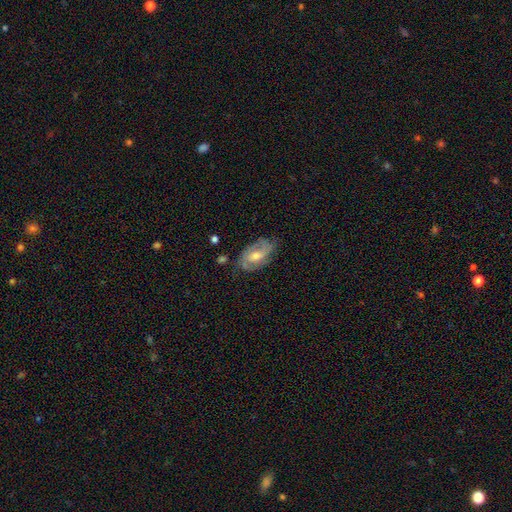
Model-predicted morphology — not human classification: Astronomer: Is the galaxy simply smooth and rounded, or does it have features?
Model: featured or disk — 69%.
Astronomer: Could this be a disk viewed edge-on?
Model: no — 93%.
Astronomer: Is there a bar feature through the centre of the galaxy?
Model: no — 46% (runner-up: weak, 42%).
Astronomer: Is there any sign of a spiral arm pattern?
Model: yes — 84%.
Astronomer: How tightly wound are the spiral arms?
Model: medium — 42% (runner-up: tight, 40%).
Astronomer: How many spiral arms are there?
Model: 2 — 49% (runner-up: can't tell, 29%).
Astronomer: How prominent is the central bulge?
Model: moderate — 65%.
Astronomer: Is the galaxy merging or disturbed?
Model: none — 69%.